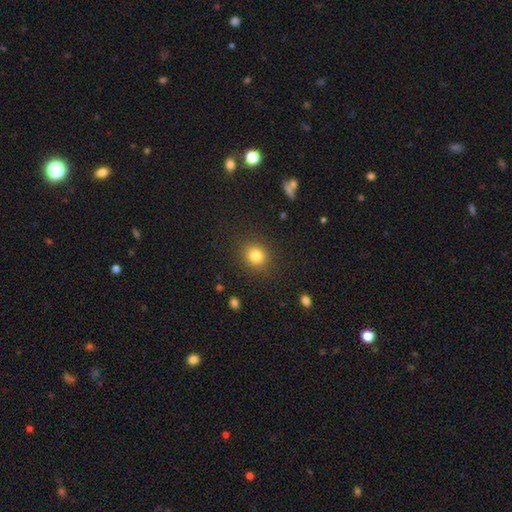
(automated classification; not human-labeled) Smooth or featured: smooth — 81% (star or artifact — 12%)
How rounded: round — 83% (in between — 16%)
Merging: none — 88% (minor disturbance — 7%)